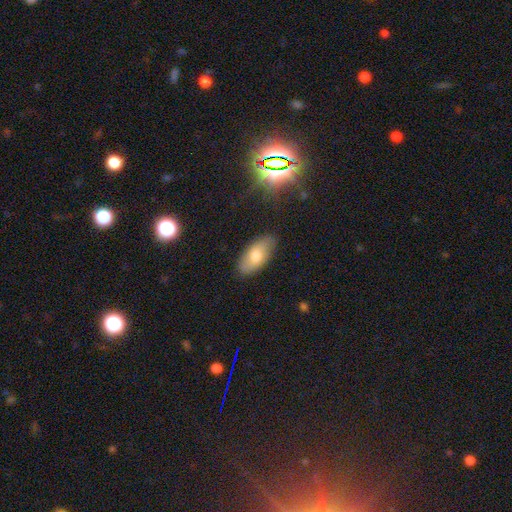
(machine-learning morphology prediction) smooth 71%, featured or disk 21%, star or artifact 8%. Down the decision tree: how rounded — in between (89%); merging — none (84%).